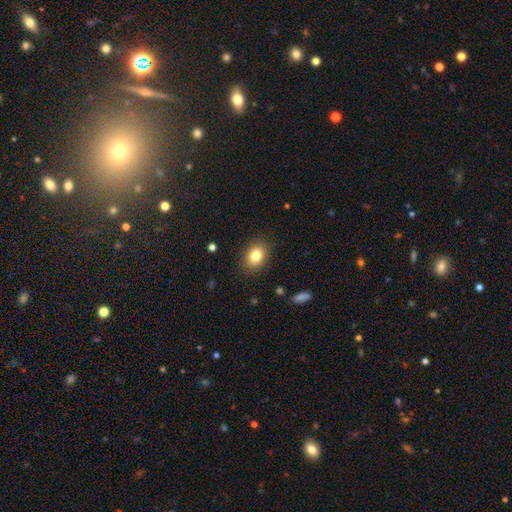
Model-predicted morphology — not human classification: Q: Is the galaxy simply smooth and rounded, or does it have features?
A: smooth — 81%.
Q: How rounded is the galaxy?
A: in between — 64%.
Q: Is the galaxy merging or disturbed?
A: none — 86%.